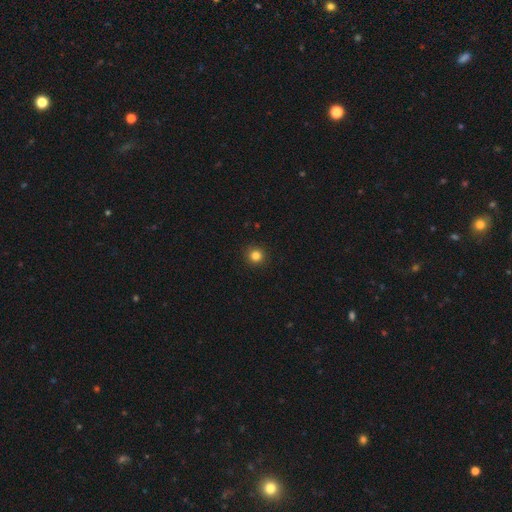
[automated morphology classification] Smooth or featured? Predicted: smooth (p=0.83). How rounded? Predicted: round (p=0.95). Merging? Predicted: none (p=0.93).